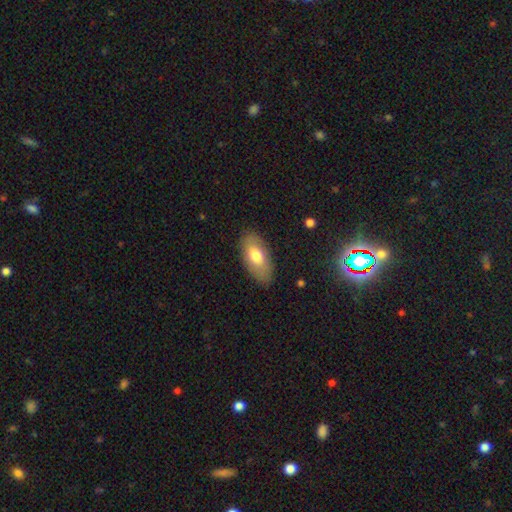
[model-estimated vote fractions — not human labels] Smooth or featured?
  - smooth: 71% *
  - featured or disk: 23%
  - star or artifact: 6%
How rounded?
  - in between: 91% *
  - cigar-shaped: 6%
  - round: 3%
Merging?
  - none: 84% *
  - minor disturbance: 12%
  - major disturbance: 3%
  - merger: 1%